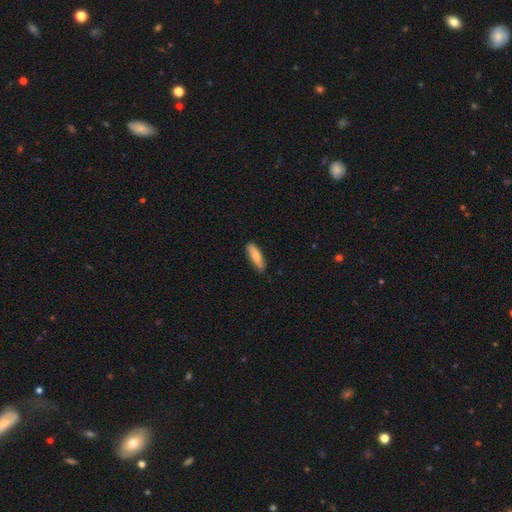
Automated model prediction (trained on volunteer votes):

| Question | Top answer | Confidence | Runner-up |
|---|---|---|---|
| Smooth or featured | smooth | 82% | featured or disk (12%) |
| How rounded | cigar-shaped | 56% | in between (42%) |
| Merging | none | 83% | minor disturbance (14%) |